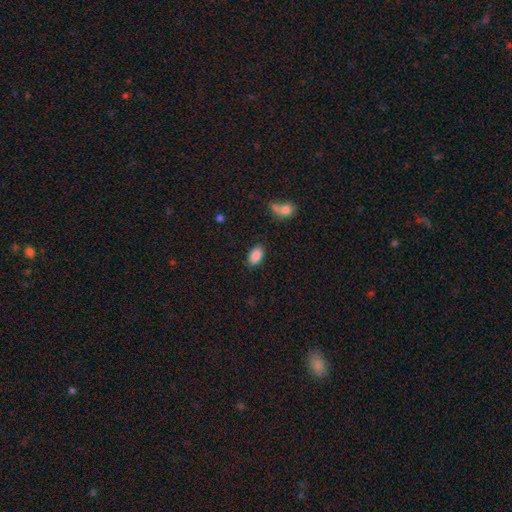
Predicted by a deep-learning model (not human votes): A smooth galaxy with no disk features (89%) that is in between round and cigar-shaped (93%). Merging: none (84%).